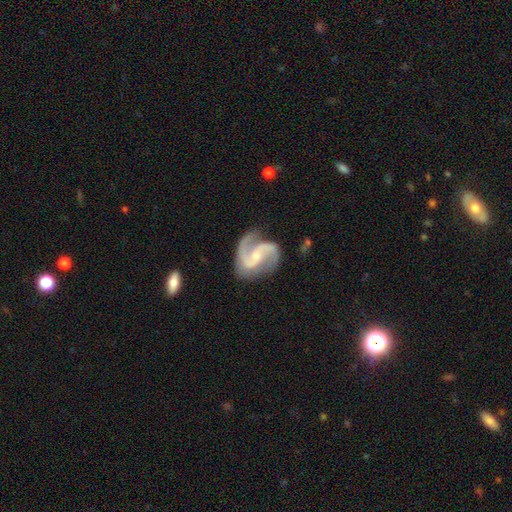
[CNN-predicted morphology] This appears to be a featured or disk galaxy (91%) with a weak bar (43%), 2 (90%) medium (57%) spiral arms (98%) and a small central bulge (61%). Merging: none (71%).